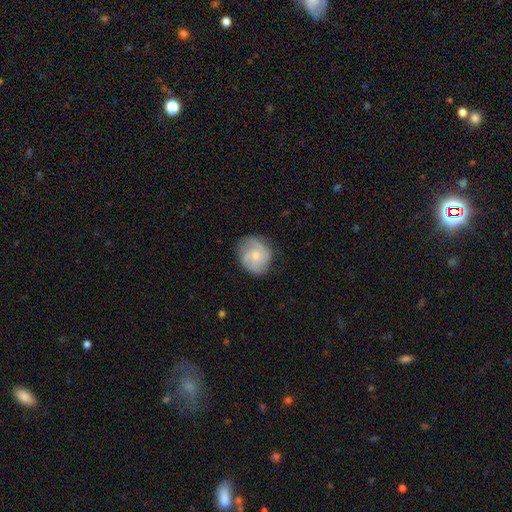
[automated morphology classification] A featured or disk galaxy (50%). Merging: none (69%).